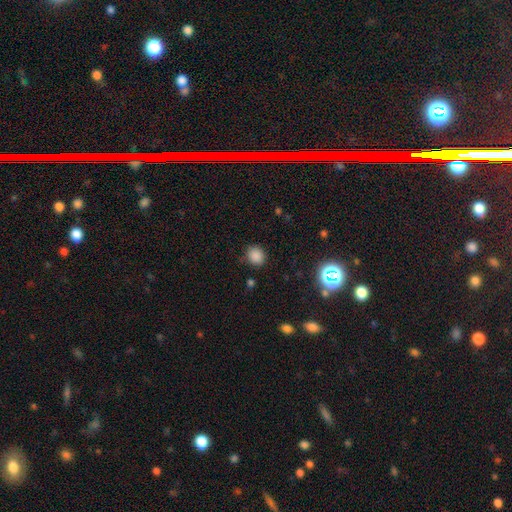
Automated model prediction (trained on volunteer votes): Q: Smooth or featured?
A: smooth (83%); runner-up: star or artifact (14%)
Q: How rounded?
A: round (77%); runner-up: in between (22%)
Q: Merging?
A: none (84%); runner-up: minor disturbance (11%)